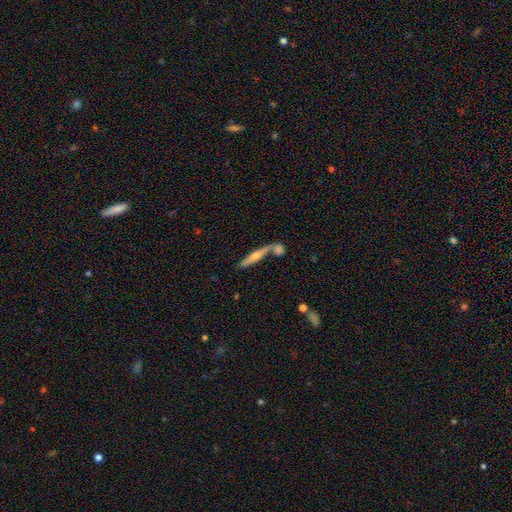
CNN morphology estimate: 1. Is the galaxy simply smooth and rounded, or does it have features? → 59% featured or disk, 33% smooth, 7% star or artifact.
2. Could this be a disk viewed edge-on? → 92% yes, 8% no.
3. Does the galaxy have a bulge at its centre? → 84% rounded, 10% none, 6% boxy.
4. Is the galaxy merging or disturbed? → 60% none, 26% merger, 11% minor disturbance, 4% major disturbance.